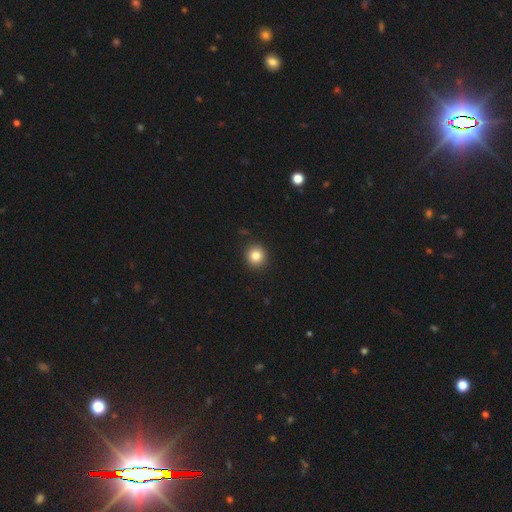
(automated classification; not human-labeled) smooth-or-featured: smooth: 84% | star or artifact: 10% | featured or disk: 6%
  how-rounded: round: 91% | in between: 8% | cigar-shaped: 1%
  merging: none: 91% | minor disturbance: 6% | major disturbance: 2% | merger: 1%